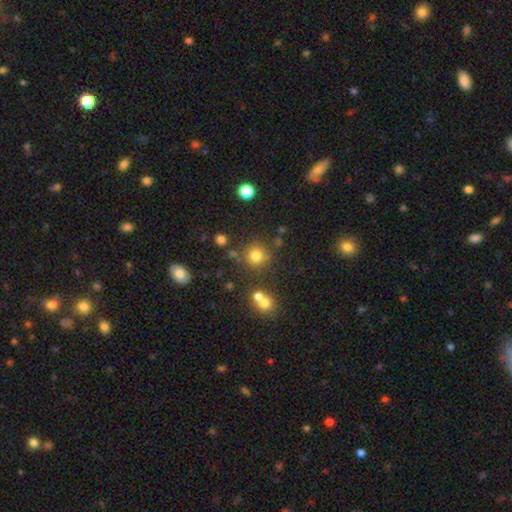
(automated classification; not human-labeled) Smooth or featured?
  - smooth: 77% *
  - star or artifact: 16%
  - featured or disk: 7%
How rounded?
  - round: 92% *
  - in between: 7%
  - cigar-shaped: 1%
Merging?
  - none: 76% *
  - minor disturbance: 10%
  - merger: 10%
  - major disturbance: 4%